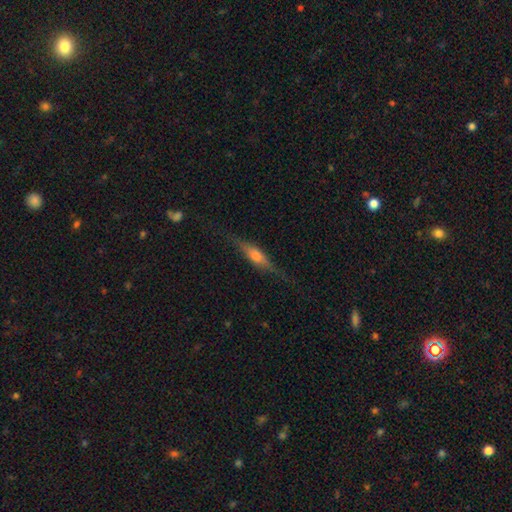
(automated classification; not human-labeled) This is possibly a featured or disk galaxy (60%). It is clearly viewed edge-on (93%). Edge-on bulge: clearly rounded (84%). Merging: likely none (80%).